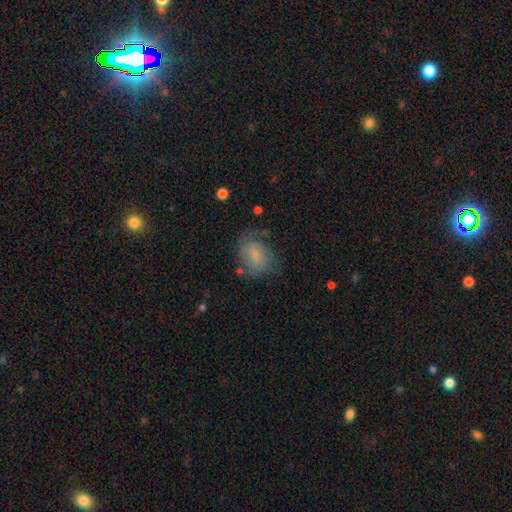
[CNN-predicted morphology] smooth 51%, featured or disk 40%, star or artifact 9%. Down the decision tree: how rounded — in between (65%); merging — none (51%).